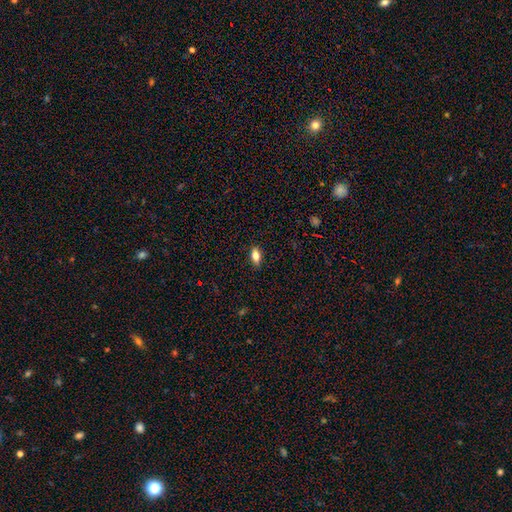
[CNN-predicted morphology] Q: Smooth or featured?
A: smooth (78%); runner-up: featured or disk (13%)
Q: How rounded?
A: in between (84%); runner-up: cigar-shaped (11%)
Q: Merging?
A: none (88%); runner-up: minor disturbance (9%)